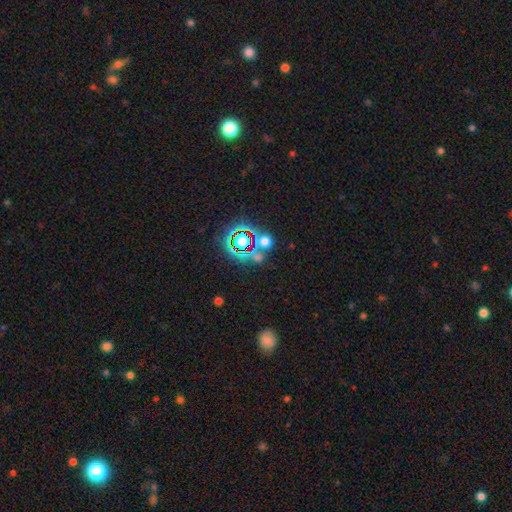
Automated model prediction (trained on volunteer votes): smooth-or-featured: star or artifact: 72% | smooth: 19% | featured or disk: 9%